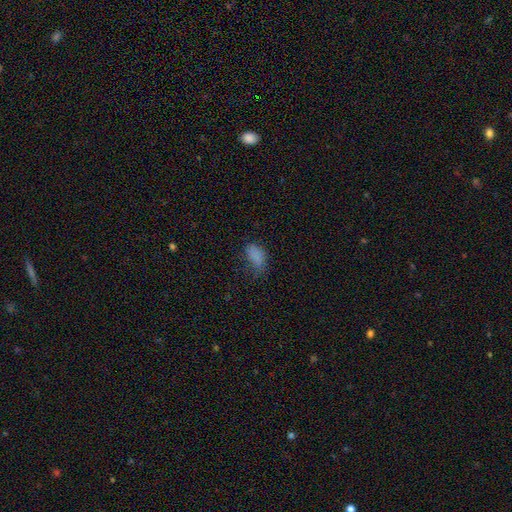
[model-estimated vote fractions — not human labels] Smooth or featured? smooth (80%)
How rounded? in between (91%)
Merging? none (49%)